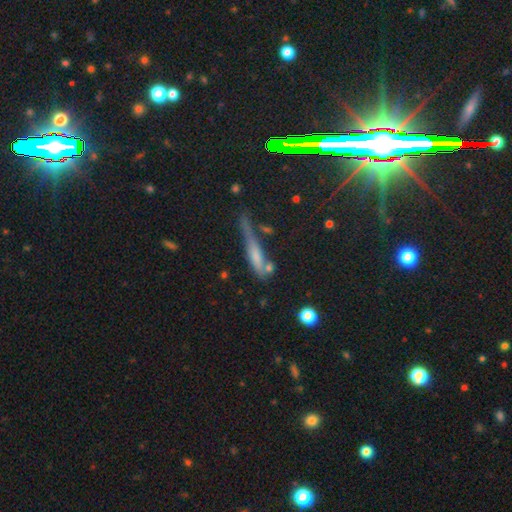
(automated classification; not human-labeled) Q: Smooth or featured?
A: smooth (56%); runner-up: featured or disk (31%)
Q: How rounded?
A: cigar-shaped (83%); runner-up: in between (13%)
Q: Merging?
A: none (45%); runner-up: minor disturbance (25%)